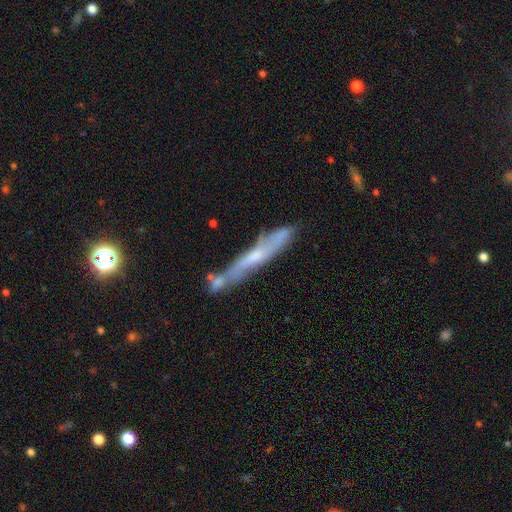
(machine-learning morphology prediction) This is likely a featured or disk galaxy (62%). It is likely viewed edge-on (78%). Merging: likely none (61%).